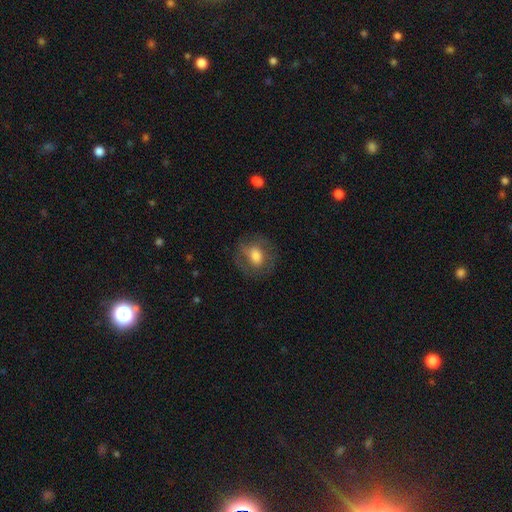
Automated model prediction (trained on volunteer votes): smooth 60%, featured or disk 31%, star or artifact 9%. Down the decision tree: how rounded — round (57%); merging — none (72%).